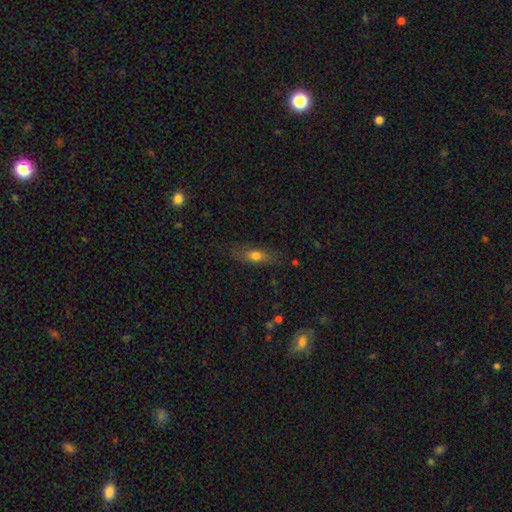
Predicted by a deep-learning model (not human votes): smooth-or-featured: smooth: 67% | featured or disk: 23% | star or artifact: 9%
  how-rounded: in between: 58% | cigar-shaped: 36% | round: 6%
  merging: none: 77% | minor disturbance: 16% | major disturbance: 5% | merger: 2%